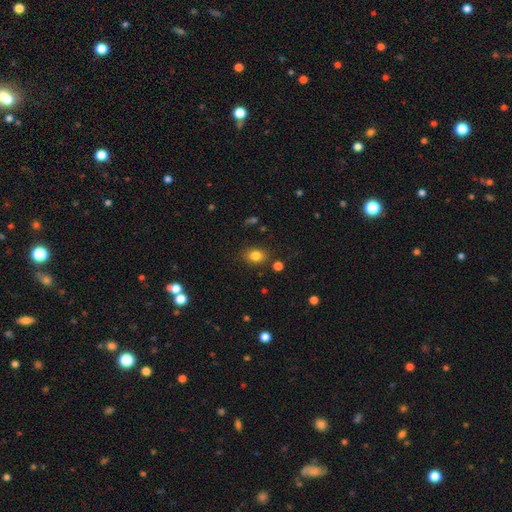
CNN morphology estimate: This is clearly a smooth galaxy (82%). How rounded: likely in between (63%). Merging: clearly none (82%).